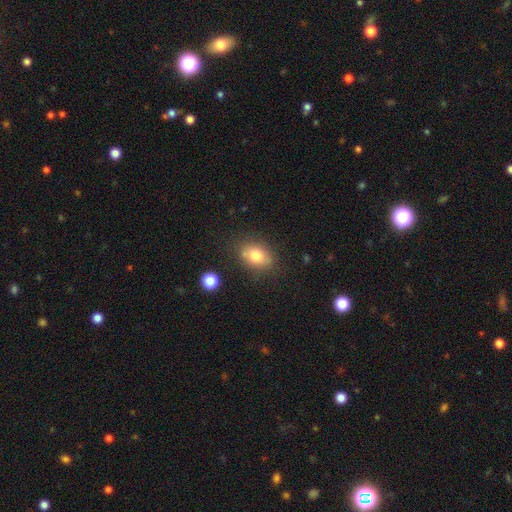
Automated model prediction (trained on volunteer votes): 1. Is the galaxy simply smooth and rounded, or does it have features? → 77% smooth, 13% featured or disk, 10% star or artifact.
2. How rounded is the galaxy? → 70% in between, 29% round, 1% cigar-shaped.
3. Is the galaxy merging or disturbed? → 77% none, 15% minor disturbance, 4% merger, 4% major disturbance.